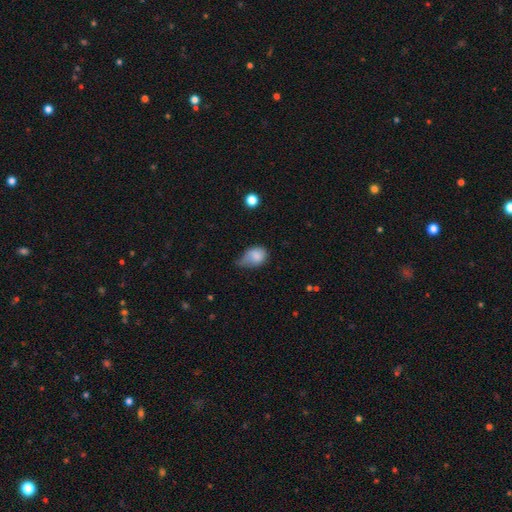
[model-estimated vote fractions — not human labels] Smooth or featured: smooth — 79% (featured or disk — 12%)
How rounded: in between — 69% (round — 30%)
Merging: minor disturbance — 47% (major disturbance — 26%)